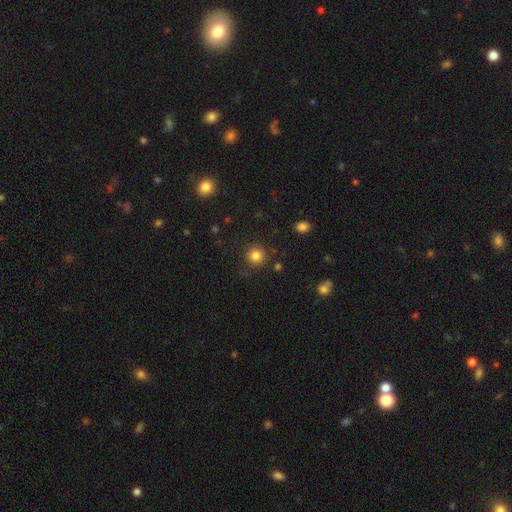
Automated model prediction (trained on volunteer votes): Smooth or featured? Predicted: smooth (p=0.83). How rounded? Predicted: round (p=0.94). Merging? Predicted: none (p=0.86).